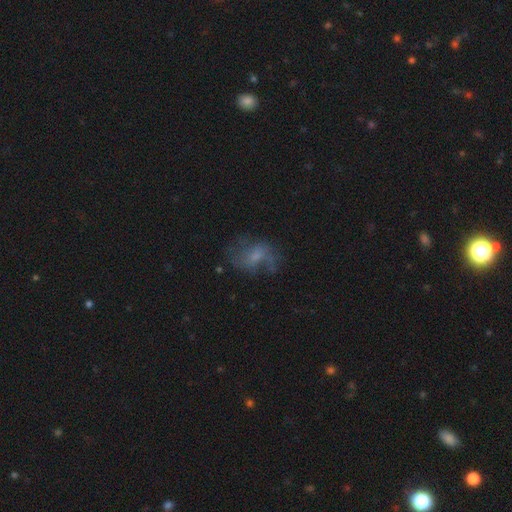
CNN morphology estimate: Q: Smooth or featured?
A: featured or disk (52%); runner-up: smooth (34%)
Q: Edge-on disk?
A: no (96%); runner-up: yes (4%)
Q: Bar?
A: no (58%); runner-up: weak (35%)
Q: Spiral arms?
A: yes (61%); runner-up: no (39%)
Q: Bulge size?
A: small (42%); runner-up: moderate (30%)
Q: Merging?
A: none (50%); runner-up: major disturbance (25%)